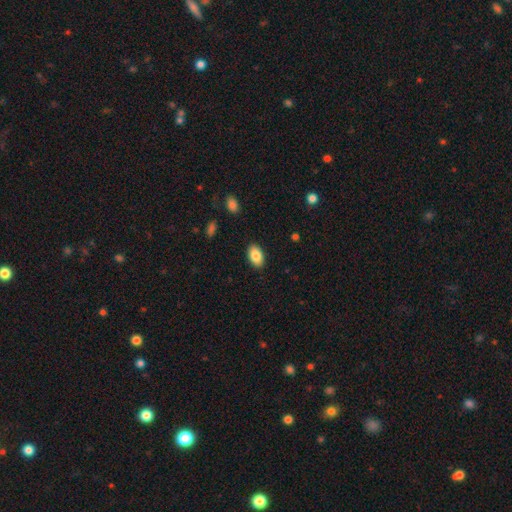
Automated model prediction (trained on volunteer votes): Morphology: type=smooth (86%); roundness=in between (93%); merging=none (88%).